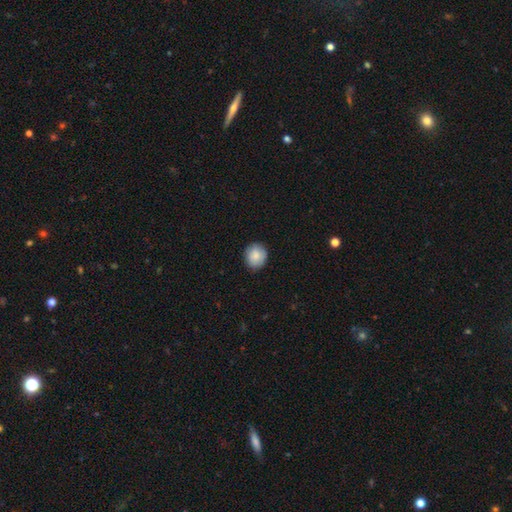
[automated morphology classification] Smooth or featured: smooth — 85% (featured or disk — 8%)
How rounded: round — 75% (in between — 24%)
Merging: none — 86% (minor disturbance — 11%)